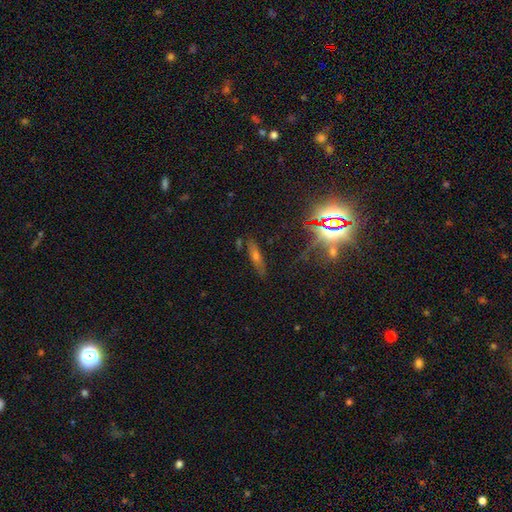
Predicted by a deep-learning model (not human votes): This appears to be a featured or disk galaxy (36%). Merging: none (79%).